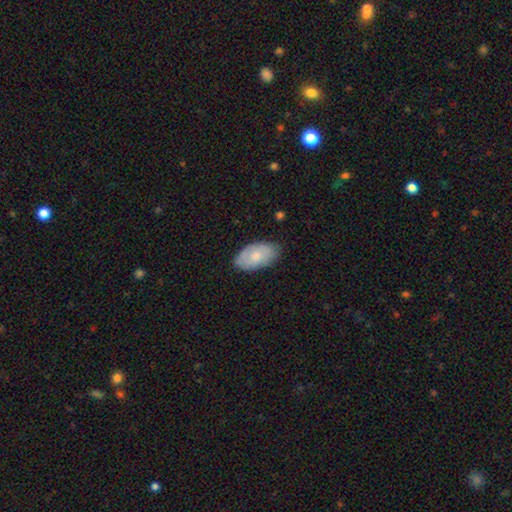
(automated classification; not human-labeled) This is likely a smooth galaxy (68%). How rounded: clearly in between (94%). Merging: likely none (76%).